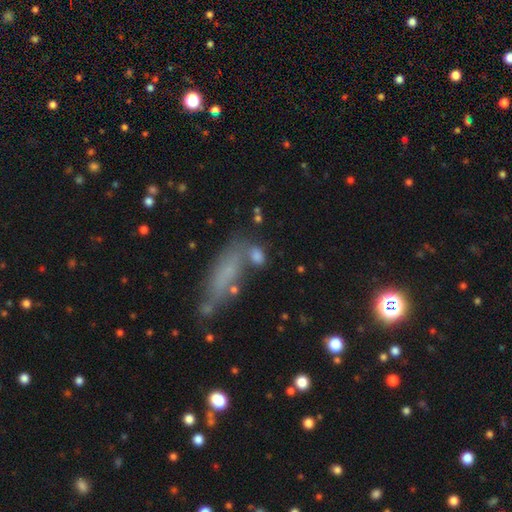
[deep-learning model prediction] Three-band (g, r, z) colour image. It shows a smooth galaxy with no disk features (67%) that is in between round and cigar-shaped (51%). Merging: none (55%).